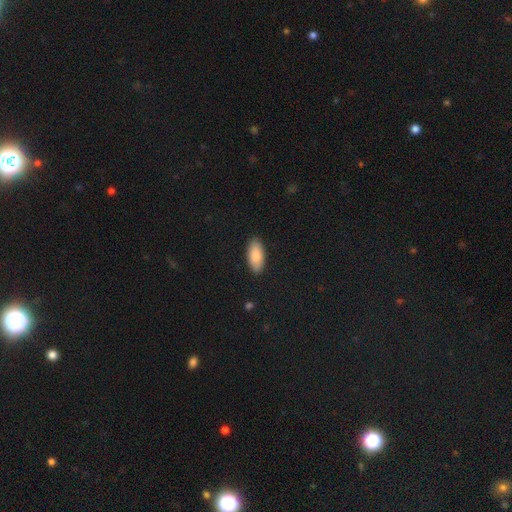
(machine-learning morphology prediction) Smooth or featured? Predicted: smooth (p=0.89). How rounded? Predicted: in between (p=0.90). Merging? Predicted: none (p=0.89).